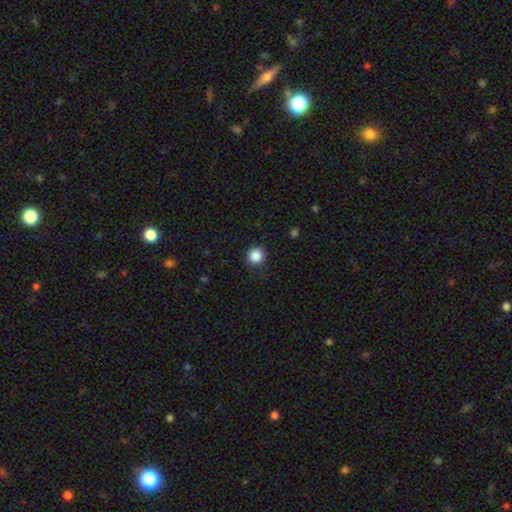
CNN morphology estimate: smooth 87%, star or artifact 10%, featured or disk 3%. Down the decision tree: how rounded — round (94%); merging — none (89%).